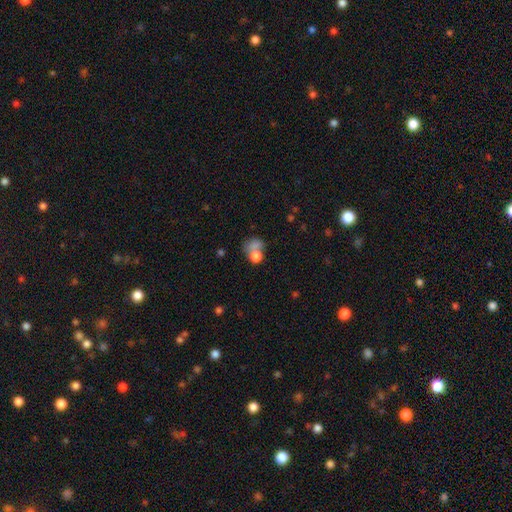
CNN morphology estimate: smooth-or-featured: smooth: 74% | featured or disk: 13% | star or artifact: 13%
  how-rounded: round: 59% | in between: 40% | cigar-shaped: 1%
  merging: merger: 42% | none: 32% | major disturbance: 14% | minor disturbance: 13%